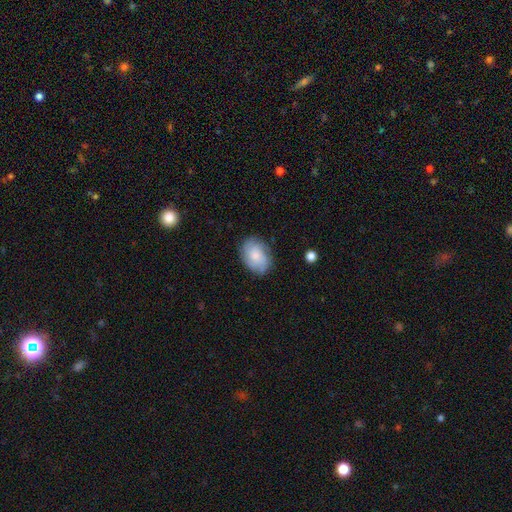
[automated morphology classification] smooth-or-featured: smooth: 57% | featured or disk: 35% | star or artifact: 8%
  how-rounded: in between: 77% | round: 22% | cigar-shaped: 1%
  merging: none: 76% | minor disturbance: 18% | major disturbance: 5% | merger: 1%